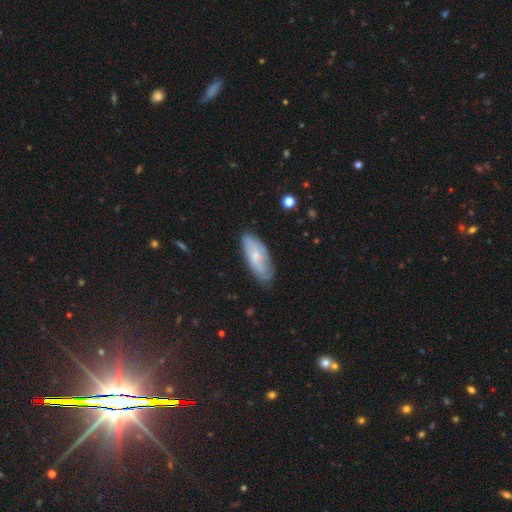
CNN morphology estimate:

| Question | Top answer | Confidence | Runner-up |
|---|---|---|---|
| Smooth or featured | smooth | 49% | featured or disk (44%) |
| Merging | none | 74% | minor disturbance (20%) |